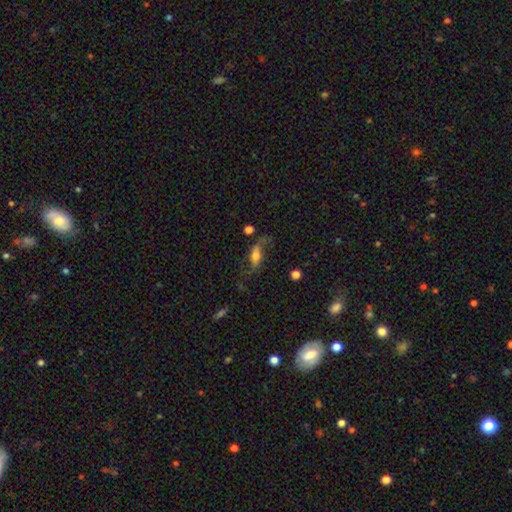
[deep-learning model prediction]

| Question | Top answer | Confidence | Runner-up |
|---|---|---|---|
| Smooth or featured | featured or disk | 54% | smooth (36%) |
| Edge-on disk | no | 84% | yes (16%) |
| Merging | none | 53% | major disturbance (22%) |